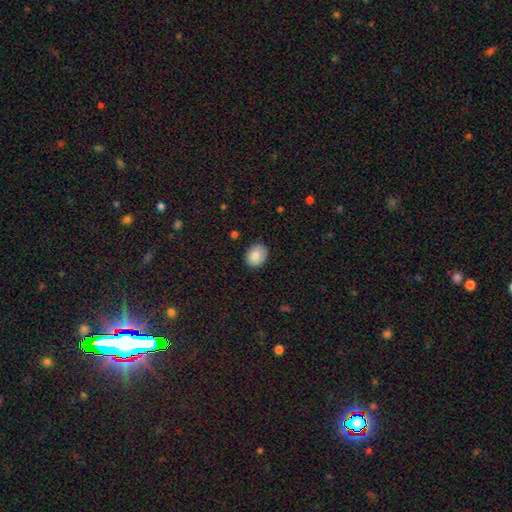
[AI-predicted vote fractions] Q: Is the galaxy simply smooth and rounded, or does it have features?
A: smooth — 87%.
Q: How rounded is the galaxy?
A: in between — 51%.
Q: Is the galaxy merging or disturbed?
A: none — 87%.